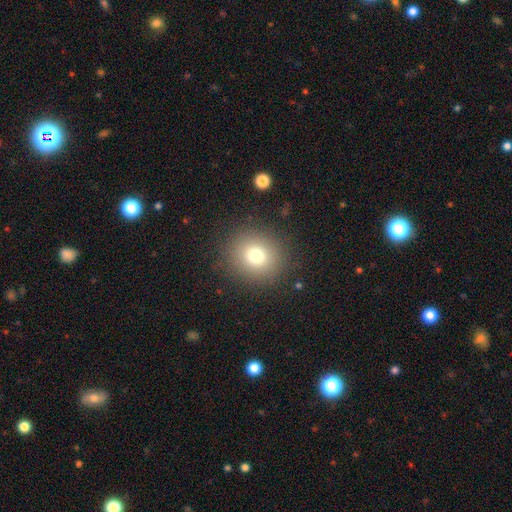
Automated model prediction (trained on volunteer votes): smooth 75%, star or artifact 14%, featured or disk 10%. Down the decision tree: how rounded — round (88%); merging — none (88%).